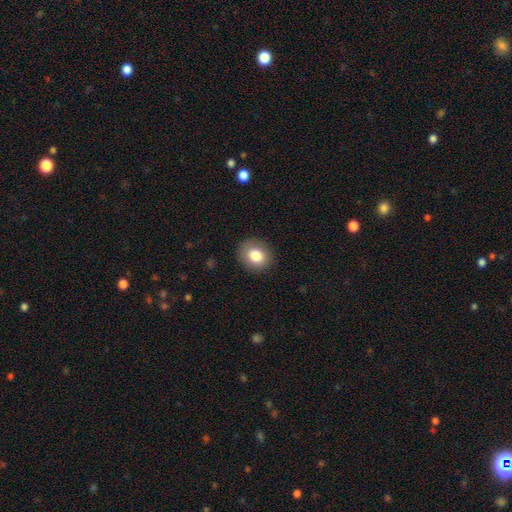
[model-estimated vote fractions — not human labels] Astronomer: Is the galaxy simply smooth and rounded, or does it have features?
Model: smooth — 82%.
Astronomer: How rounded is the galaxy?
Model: round — 76%.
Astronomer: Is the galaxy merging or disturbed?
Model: none — 88%.